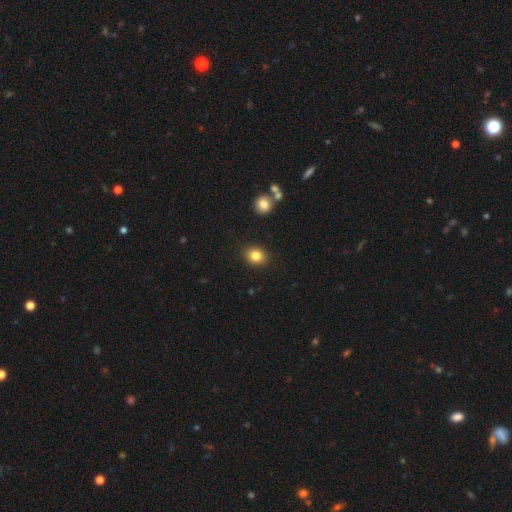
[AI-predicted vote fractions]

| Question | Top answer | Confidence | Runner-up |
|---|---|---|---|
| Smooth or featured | smooth | 84% | star or artifact (10%) |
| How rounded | round | 63% | in between (36%) |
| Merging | none | 88% | minor disturbance (8%) |